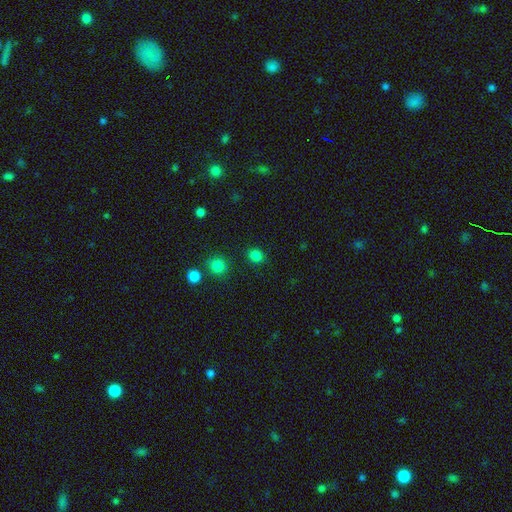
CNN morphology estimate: smooth-or-featured: smooth: 83% | star or artifact: 14% | featured or disk: 3%
  how-rounded: round: 67% | in between: 32% | cigar-shaped: 1%
  merging: none: 87% | minor disturbance: 8% | major disturbance: 3% | merger: 3%